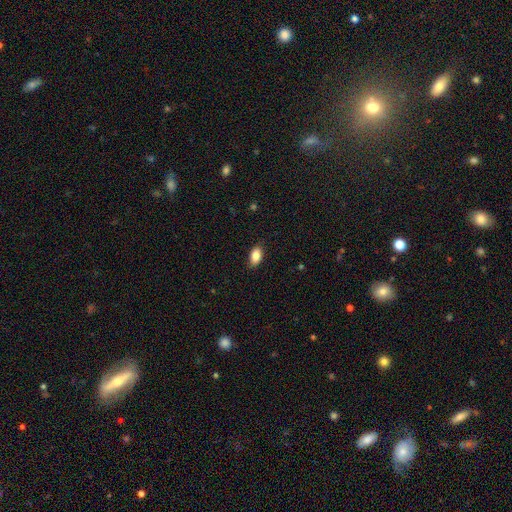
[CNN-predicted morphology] This appears to be a smooth galaxy with no disk features (87%) that is in between round and cigar-shaped (91%). Merging: none (87%).